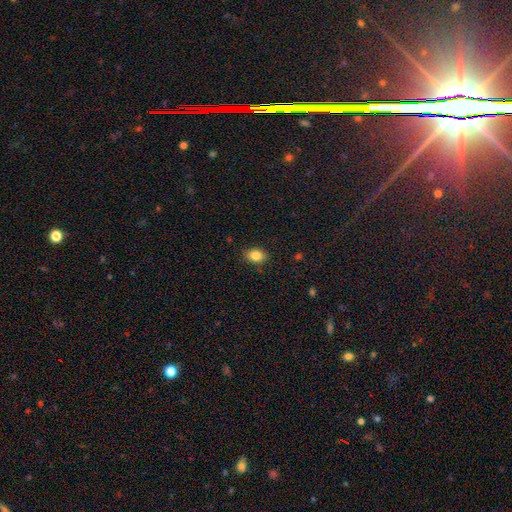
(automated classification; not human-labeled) Smooth or featured?
  - smooth: 85% *
  - star or artifact: 9%
  - featured or disk: 6%
How rounded?
  - in between: 76% *
  - round: 23%
  - cigar-shaped: 1%
Merging?
  - none: 86% *
  - minor disturbance: 10%
  - major disturbance: 2%
  - merger: 1%